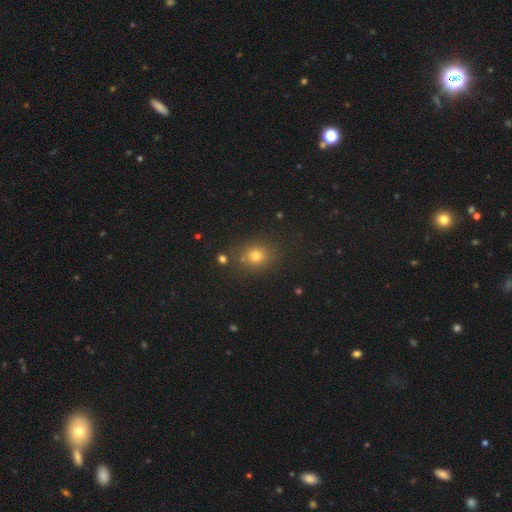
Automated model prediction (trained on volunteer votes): smooth-or-featured: smooth: 74% | star or artifact: 18% | featured or disk: 8%
  how-rounded: round: 65% | in between: 34% | cigar-shaped: 1%
  merging: none: 80% | minor disturbance: 11% | merger: 6% | major disturbance: 3%